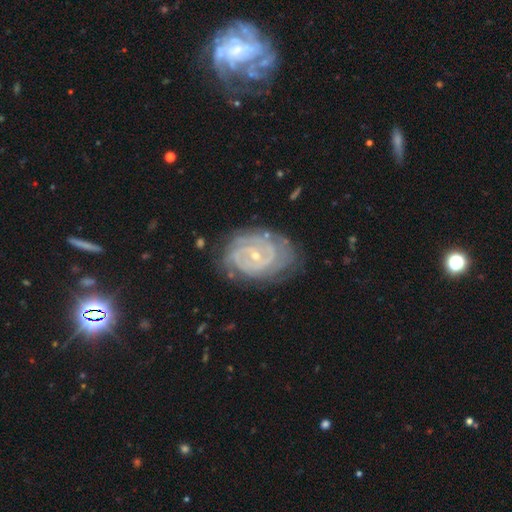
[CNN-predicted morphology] Overall: featured or disk (89%). Edge-on disk: no (97%). Bar: no (51%; weak 36%). Spiral arms: yes (97%). Spiral arm count: 2 (40%; can't tell 22%). Spiral winding: tight (77%). Bulge size: small (76%). Merging: none (74%).